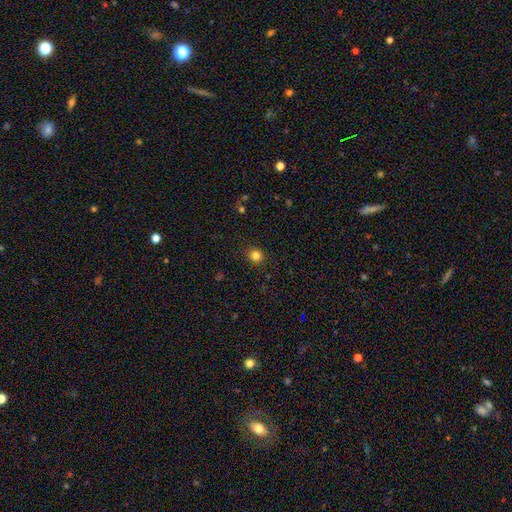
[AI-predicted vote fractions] Smooth or featured?
  - smooth: 82% *
  - star or artifact: 13%
  - featured or disk: 5%
How rounded?
  - round: 88% *
  - in between: 11%
  - cigar-shaped: 1%
Merging?
  - none: 90% *
  - minor disturbance: 7%
  - major disturbance: 2%
  - merger: 1%